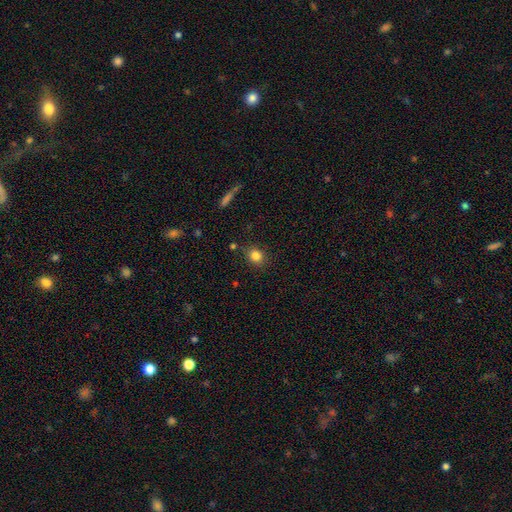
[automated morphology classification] smooth 83%, star or artifact 11%, featured or disk 6%. Down the decision tree: how rounded — round (71%); merging — none (84%).